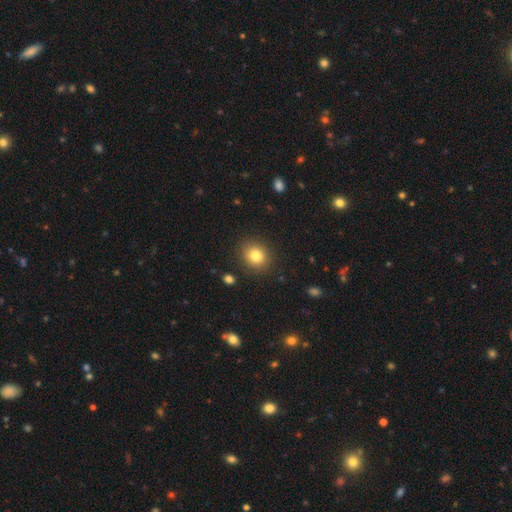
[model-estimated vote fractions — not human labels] A smooth galaxy with no disk features (82%) that is round (77%).

Vote fractions:
- Smooth or featured? smooth: 82% / star or artifact: 11% / featured or disk: 7%
- How rounded? round: 77% / in between: 22% / cigar-shaped: 1%
- Merging? none: 88% / minor disturbance: 8% / major disturbance: 3% / merger: 2%